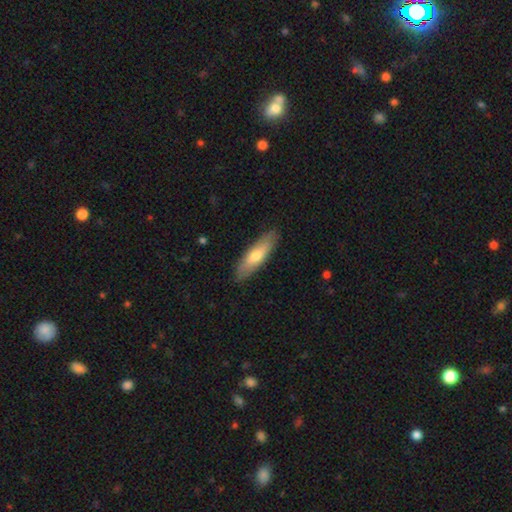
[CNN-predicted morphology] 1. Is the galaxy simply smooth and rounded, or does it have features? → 63% smooth, 32% featured or disk, 5% star or artifact.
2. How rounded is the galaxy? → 57% cigar-shaped, 41% in between, 2% round.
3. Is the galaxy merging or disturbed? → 87% none, 10% minor disturbance, 2% major disturbance, 1% merger.